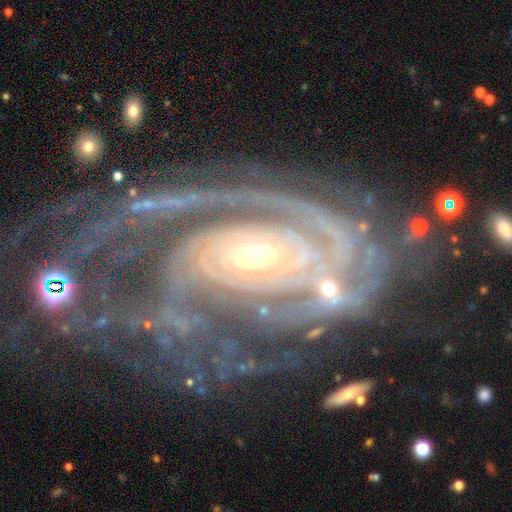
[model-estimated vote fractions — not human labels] The model was most divided on "spiral arm count": can't tell: 29%, 2: 23%, 3: 18%, 4: 13%, more than 4: 10%, 1: 8%. Remaining: spiral arms — yes (96%); edge-on disk — no (96%); smooth or featured — featured or disk (89%); spiral winding — tight (72%); bulge size — small (65%); bar — no (61%); merging — none (44%).